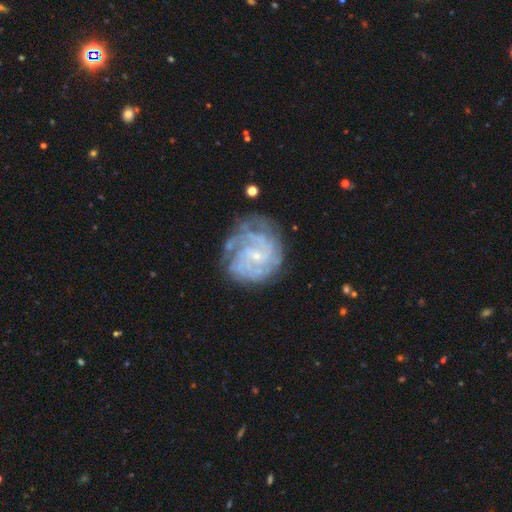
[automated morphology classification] Smooth or featured?
  - featured or disk: 84% *
  - smooth: 10%
  - star or artifact: 6%
Edge-on disk?
  - no: 98% *
  - yes: 2%
Bar?
  - no: 59% *
  - weak: 34%
  - strong: 7%
Spiral arms?
  - yes: 94% *
  - no: 6%
Spiral winding?
  - tight: 69% *
  - medium: 25%
  - loose: 6%
Spiral arm count?
  - can't tell: 35% *
  - 4: 18%
  - 3: 18%
  - 2: 15%
  - more than 4: 8%
  - 1: 6%
Bulge size?
  - small: 82% *
  - moderate: 11%
  - none: 6%
  - large: 1%
  - dominant: 1%
Merging?
  - none: 66% *
  - minor disturbance: 20%
  - major disturbance: 11%
  - merger: 2%